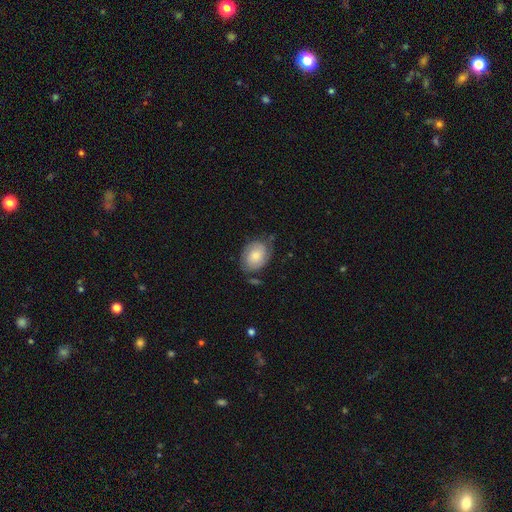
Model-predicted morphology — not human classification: Q: Smooth or featured?
A: smooth (53%); runner-up: featured or disk (39%)
Q: How rounded?
A: in between (70%); runner-up: round (28%)
Q: Merging?
A: none (63%); runner-up: minor disturbance (25%)